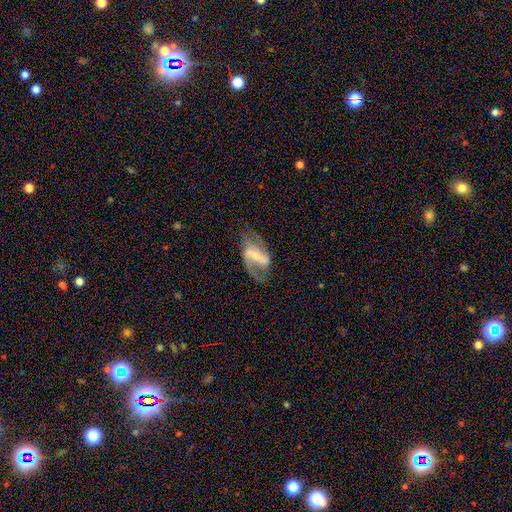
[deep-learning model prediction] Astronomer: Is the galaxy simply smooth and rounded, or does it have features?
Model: featured or disk — 82%.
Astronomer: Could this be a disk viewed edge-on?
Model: no — 96%.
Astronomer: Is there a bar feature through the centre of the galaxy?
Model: strong — 53% (runner-up: weak, 35%).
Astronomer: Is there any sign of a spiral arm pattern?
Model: yes — 90%.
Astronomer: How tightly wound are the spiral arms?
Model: medium — 44% (runner-up: loose, 43%).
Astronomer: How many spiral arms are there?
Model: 2 — 83%.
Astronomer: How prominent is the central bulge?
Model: small — 53% (runner-up: moderate, 29%).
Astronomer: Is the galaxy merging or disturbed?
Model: none — 61%.